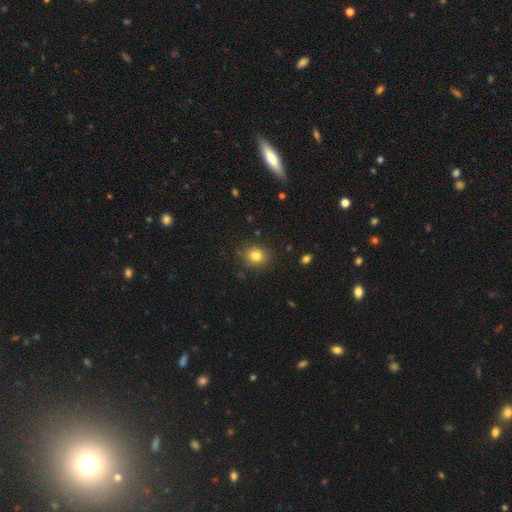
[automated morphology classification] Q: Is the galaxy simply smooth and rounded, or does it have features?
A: smooth — 81%.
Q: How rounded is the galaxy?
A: round — 76%.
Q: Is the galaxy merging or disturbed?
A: none — 82%.